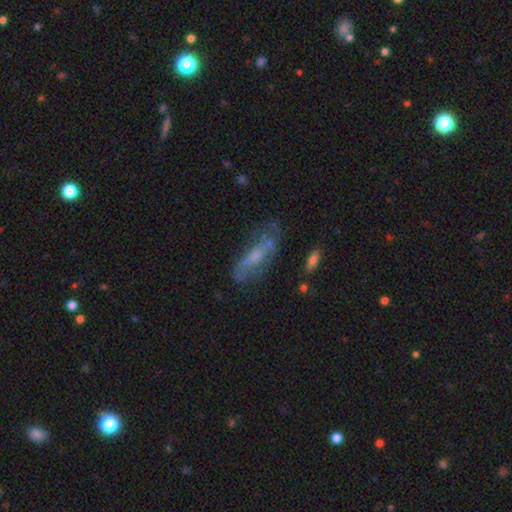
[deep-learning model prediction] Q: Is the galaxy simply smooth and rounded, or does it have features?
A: featured or disk — 51%.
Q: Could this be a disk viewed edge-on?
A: no — 69%.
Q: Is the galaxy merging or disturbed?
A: none — 53%.